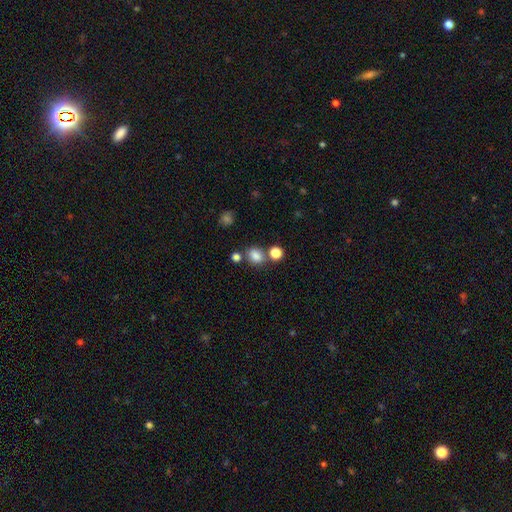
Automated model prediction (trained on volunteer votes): smooth_or_featured: smooth (p=0.81) [alt: star or artifact p=0.13]
how_rounded: round (p=0.52) [alt: in between p=0.47]
merging: none (p=0.65) [alt: merger p=0.19]